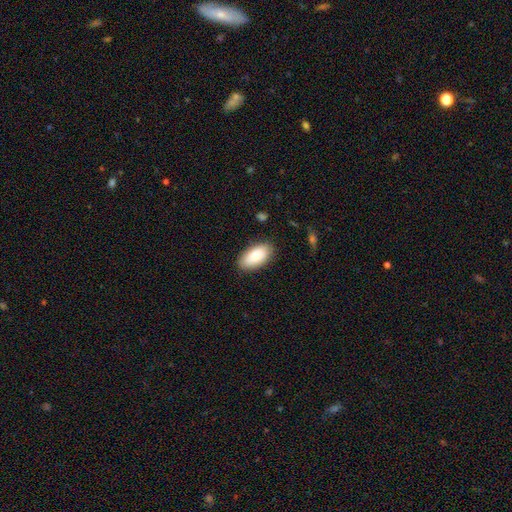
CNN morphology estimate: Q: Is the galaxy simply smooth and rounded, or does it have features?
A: smooth — 83%.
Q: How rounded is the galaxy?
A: in between — 94%.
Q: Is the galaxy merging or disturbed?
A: none — 86%.